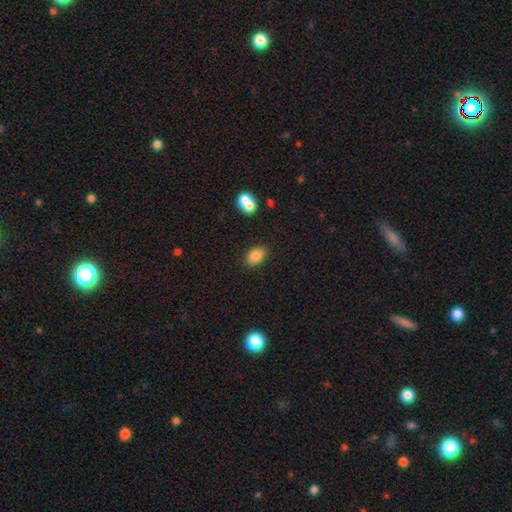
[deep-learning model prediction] Overall: smooth (84%). How rounded: in between (85%). Merging: none (83%).